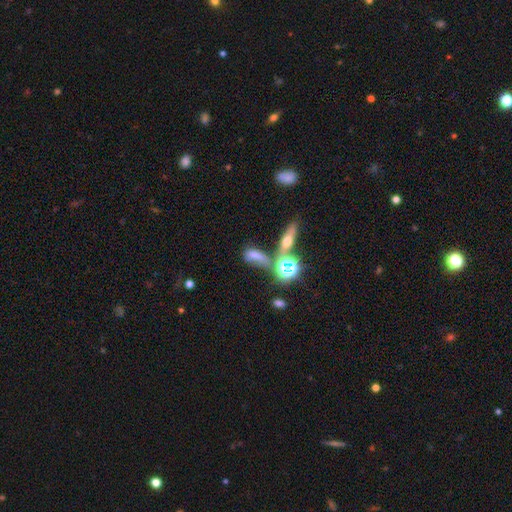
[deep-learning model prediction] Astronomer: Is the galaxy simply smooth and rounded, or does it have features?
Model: smooth — 55%.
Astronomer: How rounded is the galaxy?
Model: in between — 55%.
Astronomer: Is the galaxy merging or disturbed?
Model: none — 40% (runner-up: merger, 31%).